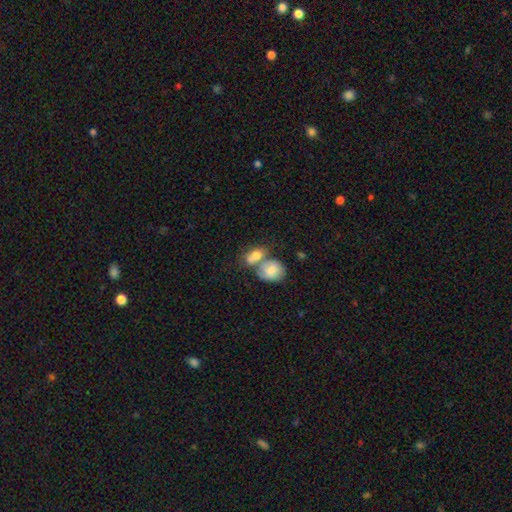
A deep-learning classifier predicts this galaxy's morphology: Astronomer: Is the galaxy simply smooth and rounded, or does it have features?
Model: smooth — 75%.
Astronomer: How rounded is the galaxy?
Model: in between — 68%.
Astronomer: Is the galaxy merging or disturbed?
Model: merger — 61%.